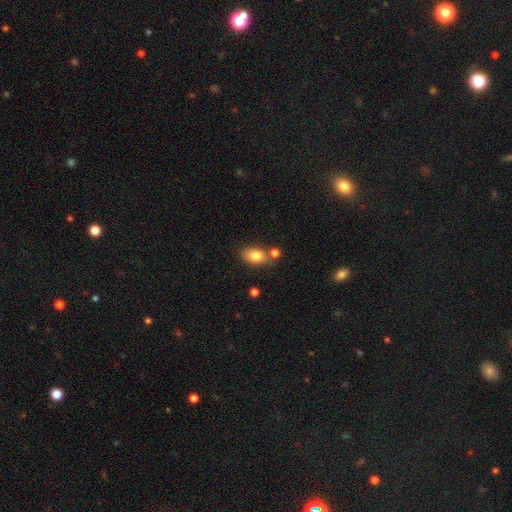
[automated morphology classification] A smooth galaxy with no disk features (81%) that is in between round and cigar-shaped (84%).

Vote fractions:
- Smooth or featured? smooth: 81% / featured or disk: 10% / star or artifact: 8%
- How rounded? in between: 84% / round: 14% / cigar-shaped: 3%
- Merging? none: 65% / merger: 16% / minor disturbance: 15% / major disturbance: 4%